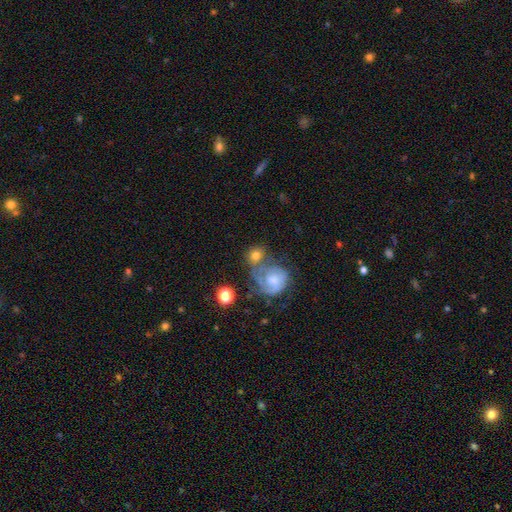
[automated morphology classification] smooth_or_featured: smooth (p=0.54) [alt: featured or disk p=0.36]
how_rounded: round (p=0.73) [alt: in between p=0.25]
merging: merger (p=0.40) [alt: none p=0.34]